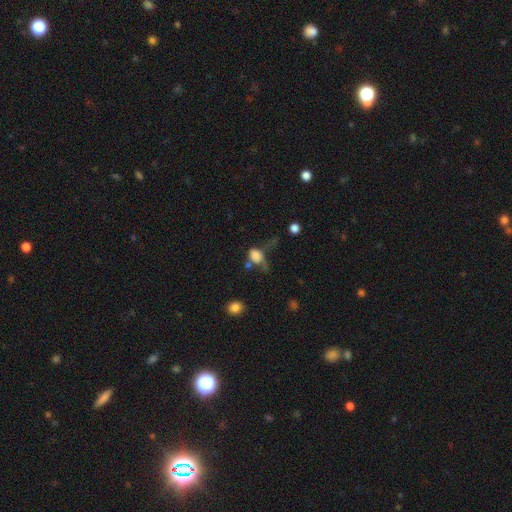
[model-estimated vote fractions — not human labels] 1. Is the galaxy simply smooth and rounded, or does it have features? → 70% smooth, 17% featured or disk, 13% star or artifact.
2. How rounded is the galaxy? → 61% in between, 36% round, 2% cigar-shaped.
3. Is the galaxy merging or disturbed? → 37% major disturbance, 23% none, 20% merger, 20% minor disturbance.